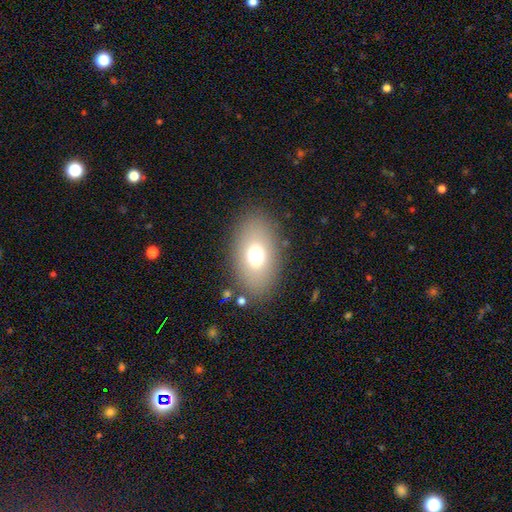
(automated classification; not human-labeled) Q: Smooth or featured?
A: smooth (71%); runner-up: featured or disk (18%)
Q: How rounded?
A: in between (87%); runner-up: round (11%)
Q: Merging?
A: none (84%); runner-up: minor disturbance (9%)